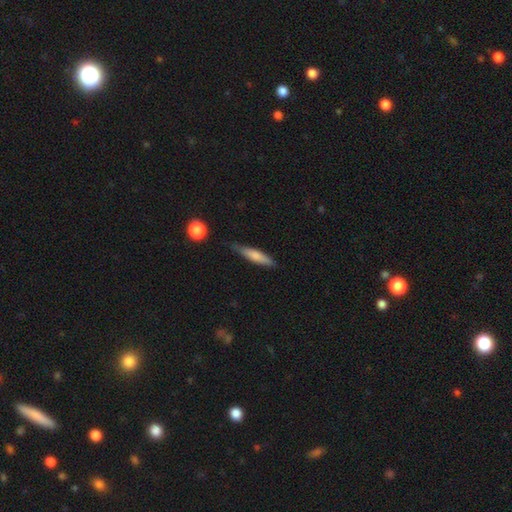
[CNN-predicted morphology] Smooth or featured? Predicted: smooth (p=0.70). How rounded? Predicted: cigar-shaped (p=0.83). Merging? Predicted: none (p=0.76).